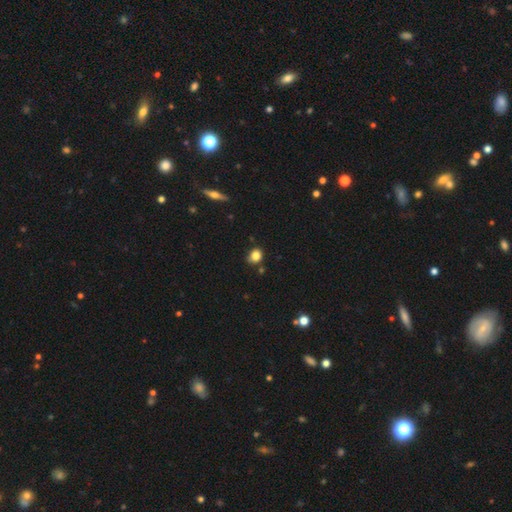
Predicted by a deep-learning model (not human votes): A smooth galaxy with no disk features (83%) that is round (60%).

Vote fractions:
- Smooth or featured? smooth: 83% / star or artifact: 11% / featured or disk: 6%
- How rounded? round: 60% / in between: 38% / cigar-shaped: 1%
- Merging? none: 78% / minor disturbance: 15% / merger: 4% / major disturbance: 3%